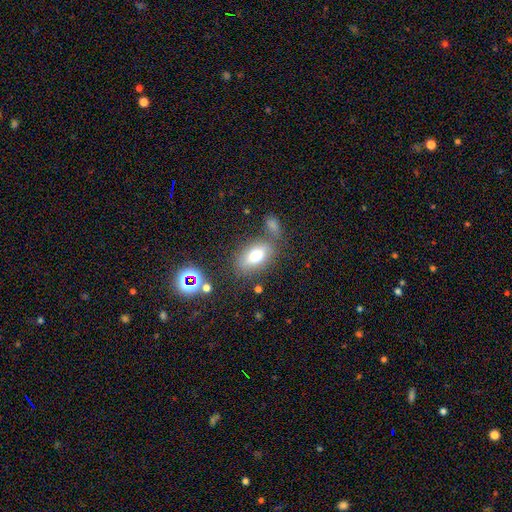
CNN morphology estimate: This is likely a smooth galaxy (75%). How rounded: clearly in between (87%). Merging: likely none (68%).